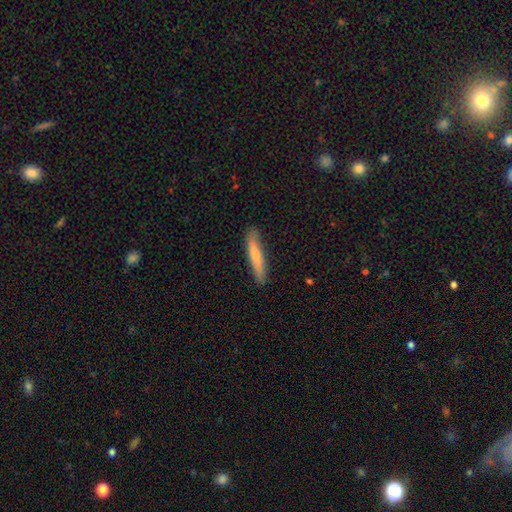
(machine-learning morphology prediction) This is likely a smooth galaxy (71%). How rounded: clearly cigar-shaped (91%). Merging: clearly none (85%).